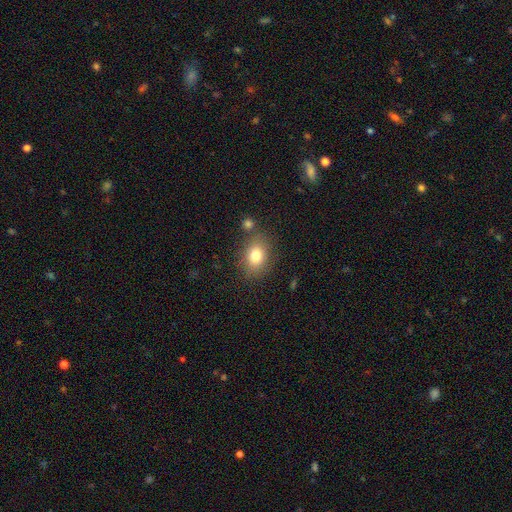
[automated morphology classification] smooth 80%, featured or disk 10%, star or artifact 10%. Down the decision tree: how rounded — in between (69%); merging — none (75%).